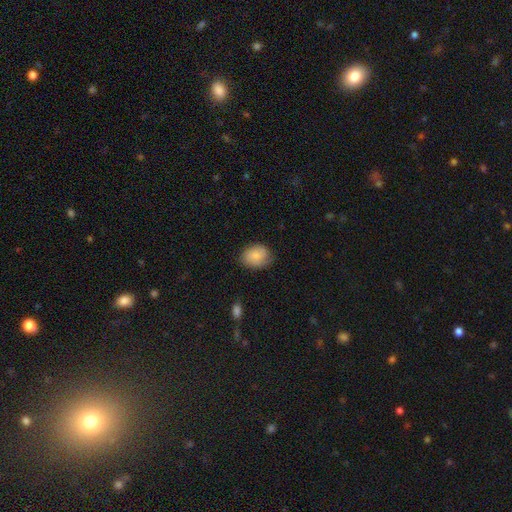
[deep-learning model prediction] smooth-or-featured: smooth: 78% | featured or disk: 15% | star or artifact: 7%
  how-rounded: in between: 64% | round: 35% | cigar-shaped: 1%
  merging: none: 71% | minor disturbance: 23% | major disturbance: 5% | merger: 1%